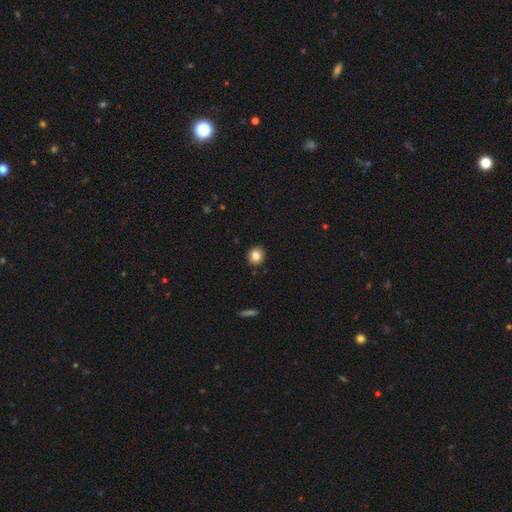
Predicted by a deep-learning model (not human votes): smooth 83%, star or artifact 10%, featured or disk 7%. Down the decision tree: how rounded — round (92%); merging — none (92%).